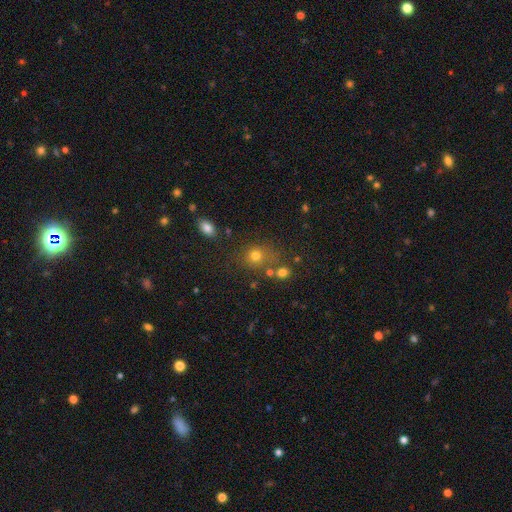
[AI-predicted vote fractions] A smooth galaxy with no disk features (74%) that is round (76%).

Vote fractions:
- Smooth or featured? smooth: 74% / star or artifact: 17% / featured or disk: 9%
- How rounded? round: 76% / in between: 23% / cigar-shaped: 1%
- Merging? none: 68% / minor disturbance: 14% / merger: 12% / major disturbance: 7%